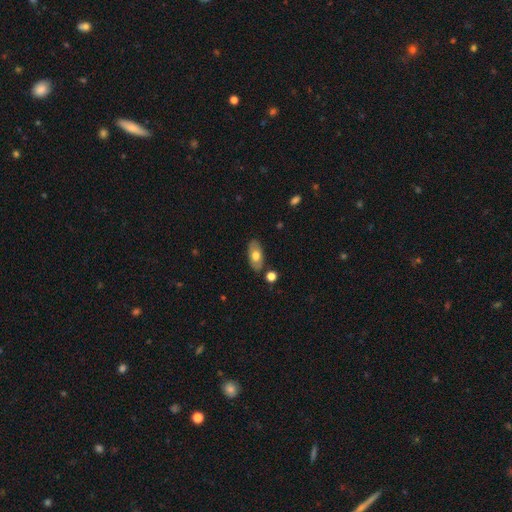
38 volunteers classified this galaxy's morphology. smooth_or_featured: smooth (p=0.55) [alt: featured or disk p=0.32]
how_rounded: in between (p=1.00)
merging: none (p=0.82) [alt: minor disturbance p=0.12]